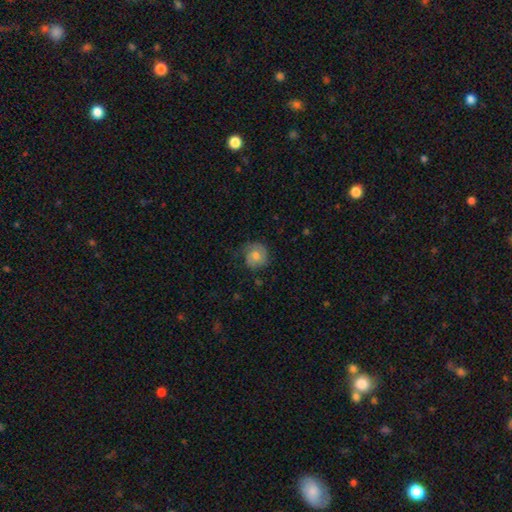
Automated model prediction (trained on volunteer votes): Smooth or featured: smooth — 53% (featured or disk — 39%)
How rounded: round — 86% (in between — 13%)
Merging: none — 65% (minor disturbance — 23%)